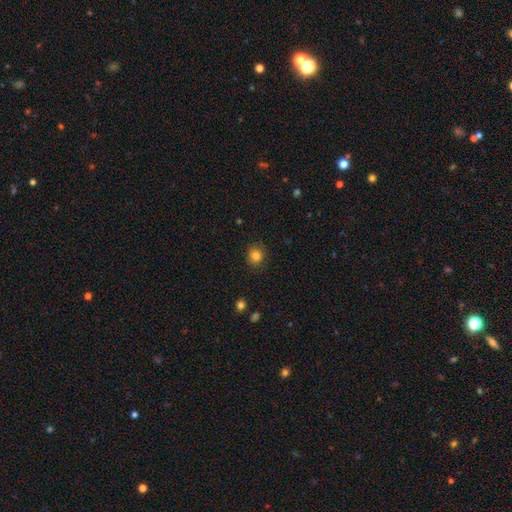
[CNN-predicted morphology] Q: Smooth or featured?
A: smooth (83%); runner-up: star or artifact (11%)
Q: How rounded?
A: round (79%); runner-up: in between (20%)
Q: Merging?
A: none (86%); runner-up: minor disturbance (10%)